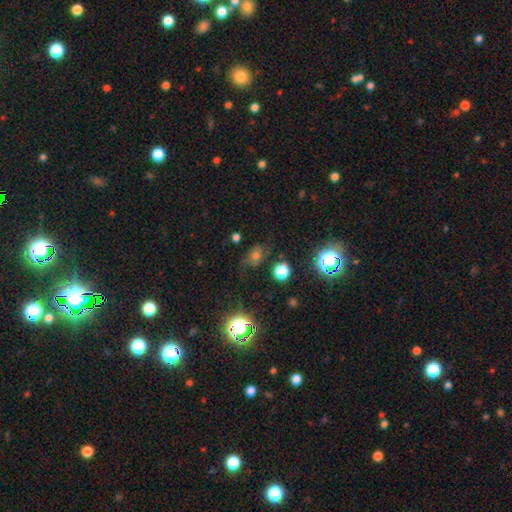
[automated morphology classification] Smooth or featured? smooth (48%)
Merging? none (62%)